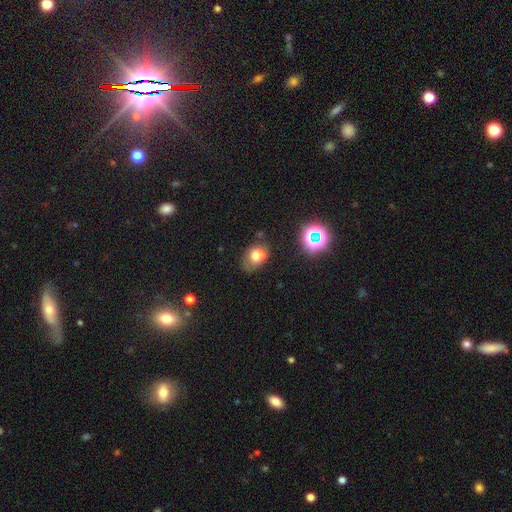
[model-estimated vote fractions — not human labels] Smooth or featured? Predicted: smooth (p=0.62). How rounded? Predicted: in between (p=0.57). Merging? Predicted: merger (p=0.45).